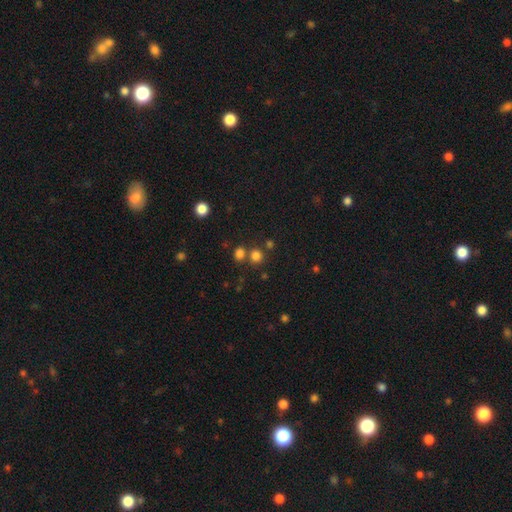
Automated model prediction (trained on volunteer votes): Morphology: type=smooth (78%); roundness=round (85%); merging=none (69%).